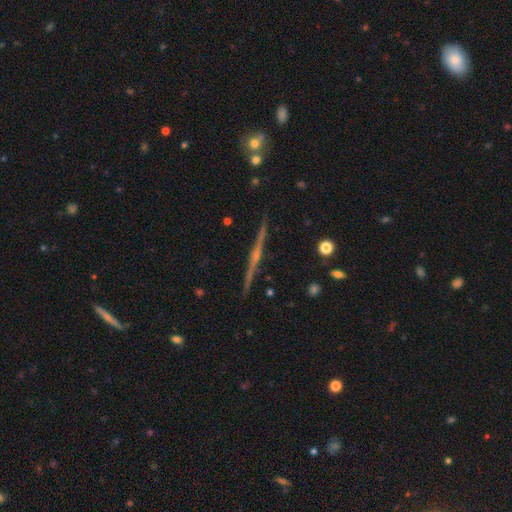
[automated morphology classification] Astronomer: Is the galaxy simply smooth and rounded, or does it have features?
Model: featured or disk — 82%.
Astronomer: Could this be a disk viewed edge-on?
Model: yes — 98%.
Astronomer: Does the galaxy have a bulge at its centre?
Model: rounded — 80%.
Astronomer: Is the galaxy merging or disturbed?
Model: none — 91%.